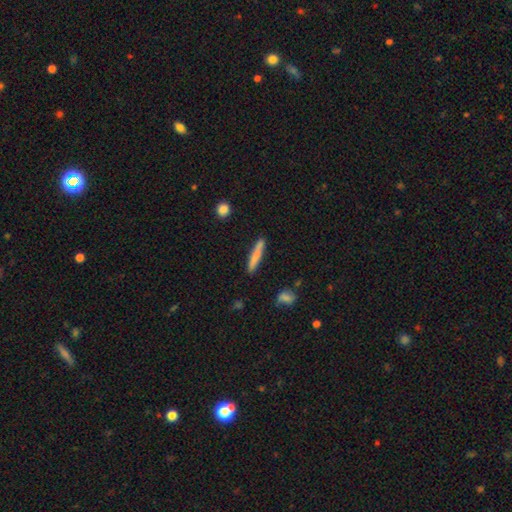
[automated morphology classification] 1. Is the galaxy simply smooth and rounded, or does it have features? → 75% smooth, 19% featured or disk, 6% star or artifact.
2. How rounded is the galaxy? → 93% cigar-shaped, 5% in between, 1% round.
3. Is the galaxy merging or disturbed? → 84% none, 10% minor disturbance, 3% merger, 2% major disturbance.